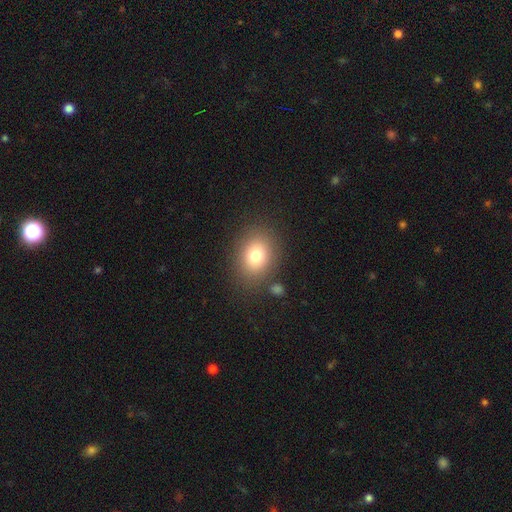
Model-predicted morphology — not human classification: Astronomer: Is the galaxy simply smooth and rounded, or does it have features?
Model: smooth — 77%.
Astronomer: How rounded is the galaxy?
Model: round — 50% (runner-up: in between, 49%).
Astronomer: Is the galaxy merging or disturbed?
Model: none — 83%.